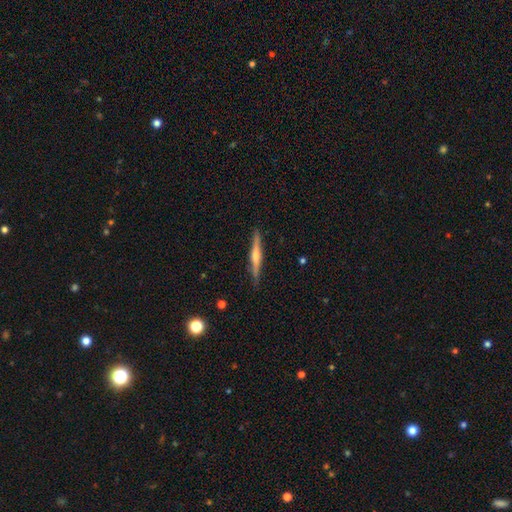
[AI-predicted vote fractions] smooth-or-featured: featured or disk: 71% | smooth: 23% | star or artifact: 6%
  disk-edge-on: yes: 98% | no: 2%
    edge-on-bulge: rounded: 77% | none: 14% | boxy: 10%
  merging: none: 90% | minor disturbance: 7% | major disturbance: 1% | merger: 1%